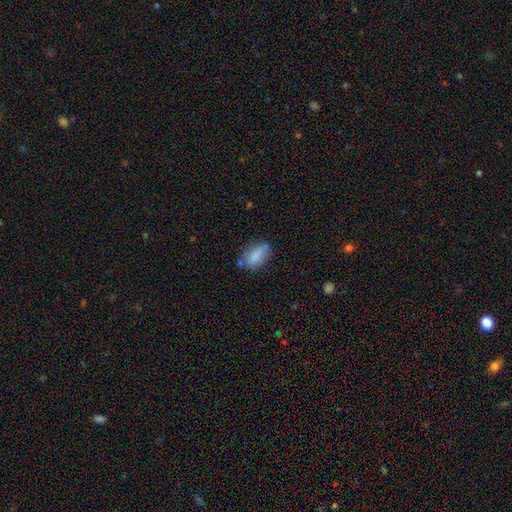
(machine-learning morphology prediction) Smooth or featured? smooth (83%)
How rounded? in between (87%)
Merging? none (60%)